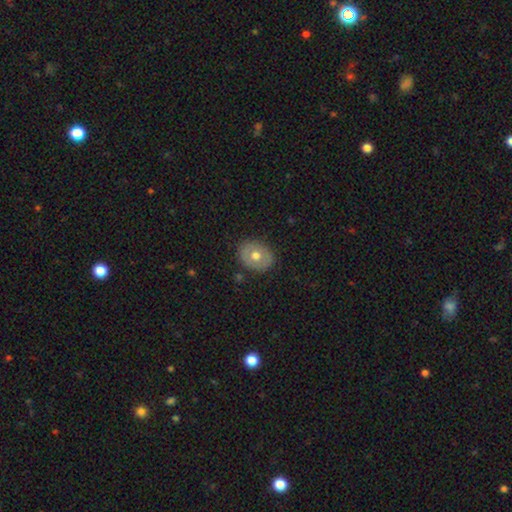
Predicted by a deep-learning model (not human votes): Morphology: type=smooth (57%); roundness=round (55%); merging=none (85%).